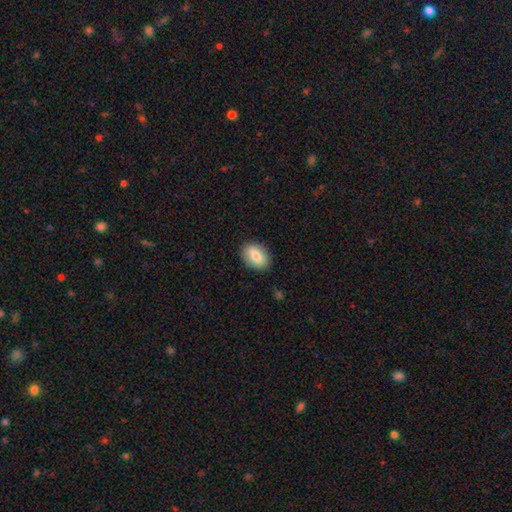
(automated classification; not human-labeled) A smooth galaxy with no disk features (80%) that is in between round and cigar-shaped (81%).

Vote fractions:
- Smooth or featured? smooth: 80% / featured or disk: 13% / star or artifact: 7%
- How rounded? in between: 81% / round: 17% / cigar-shaped: 2%
- Merging? none: 87% / minor disturbance: 10% / major disturbance: 2% / merger: 1%